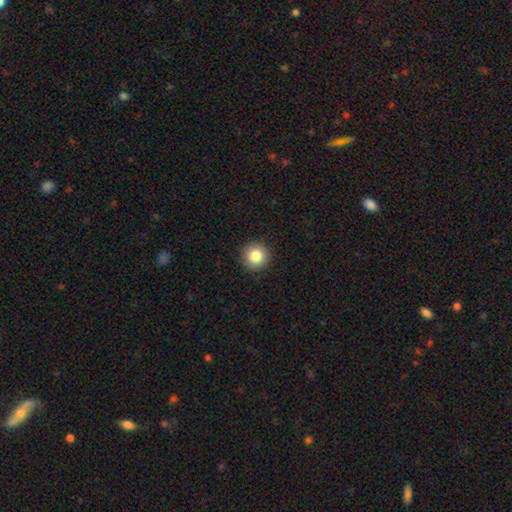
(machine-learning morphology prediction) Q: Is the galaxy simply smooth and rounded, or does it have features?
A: smooth — 83%.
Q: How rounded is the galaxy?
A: round — 95%.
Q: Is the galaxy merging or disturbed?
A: none — 92%.